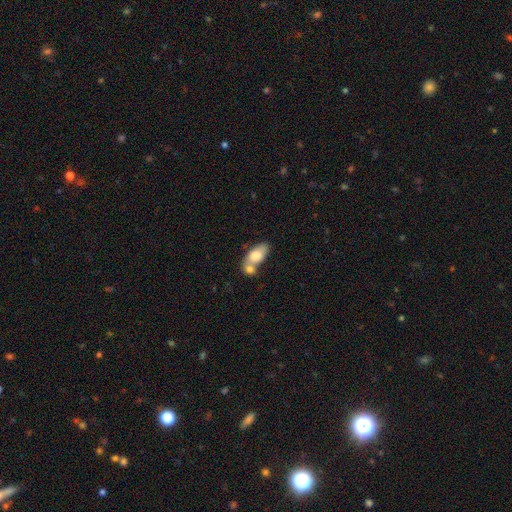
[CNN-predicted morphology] This is likely a smooth galaxy (75%). How rounded: clearly in between (88%). Merging: possibly merger (59%).